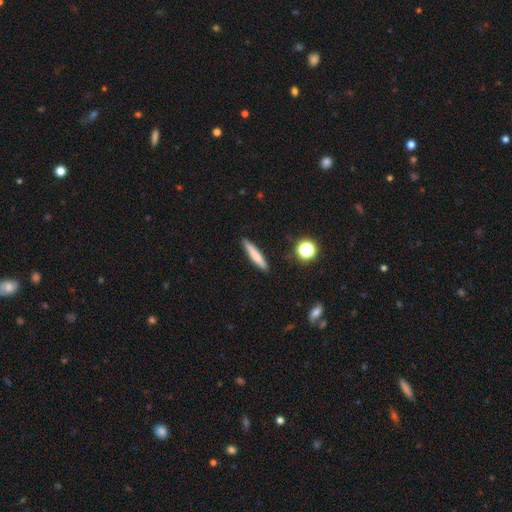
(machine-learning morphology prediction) Q: Smooth or featured?
A: smooth (70%); runner-up: featured or disk (22%)
Q: How rounded?
A: cigar-shaped (91%); runner-up: in between (7%)
Q: Merging?
A: none (89%); runner-up: minor disturbance (8%)